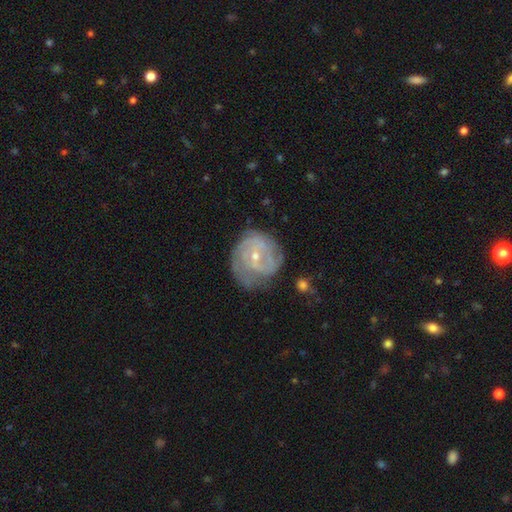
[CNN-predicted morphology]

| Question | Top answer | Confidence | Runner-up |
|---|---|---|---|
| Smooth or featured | featured or disk | 79% | smooth (14%) |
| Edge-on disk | no | 97% | yes (3%) |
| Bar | no | 53% | weak (38%) |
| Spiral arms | yes | 90% | no (10%) |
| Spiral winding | tight | 66% | medium (26%) |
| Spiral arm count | can't tell | 38% | 2 (22%) |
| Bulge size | small | 62% | moderate (35%) |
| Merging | none | 61% | minor disturbance (25%) |